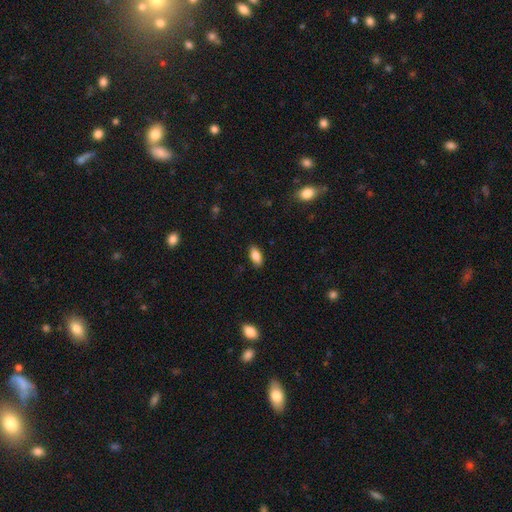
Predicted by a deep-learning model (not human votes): This is clearly a smooth galaxy (83%). How rounded: clearly in between (88%). Merging: clearly none (88%).